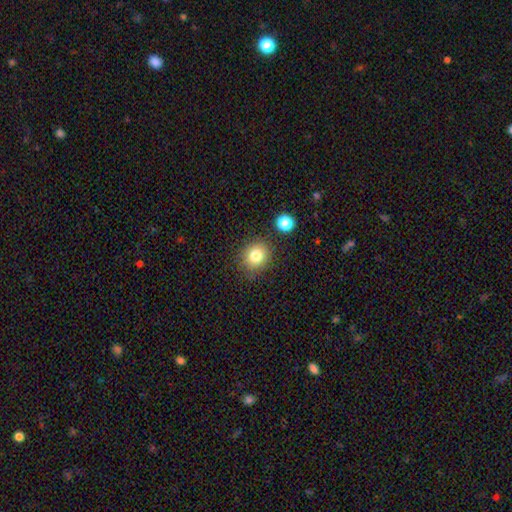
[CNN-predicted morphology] smooth_or_featured: smooth (p=0.81) [alt: star or artifact p=0.12]
how_rounded: round (p=0.79) [alt: in between p=0.20]
merging: none (p=0.83) [alt: minor disturbance p=0.10]